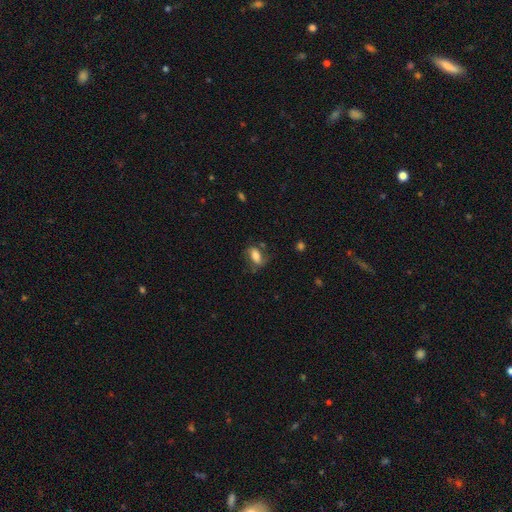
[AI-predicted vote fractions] Morphology: type=smooth (68%); roundness=in between (83%); merging=none (60%).